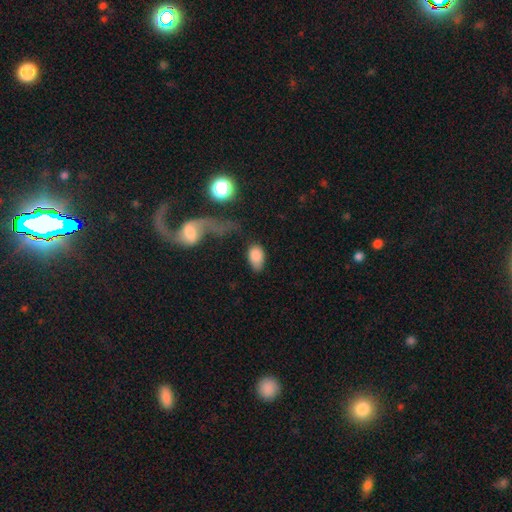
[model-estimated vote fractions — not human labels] smooth 85%, featured or disk 8%, star or artifact 7%. Down the decision tree: how rounded — in between (91%); merging — none (55%).